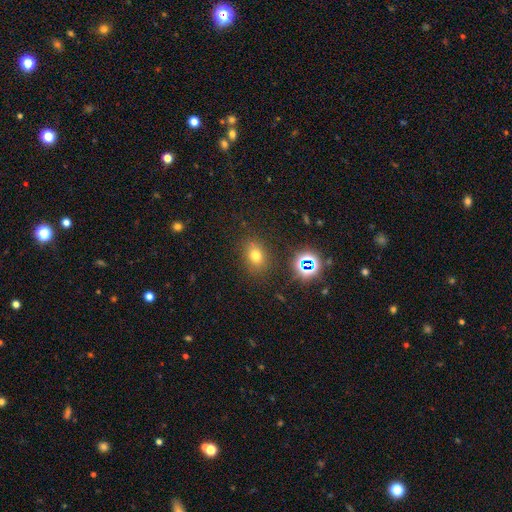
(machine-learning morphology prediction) smooth 69%, star or artifact 22%, featured or disk 10%. Down the decision tree: how rounded — in between (56%); merging — none (82%).